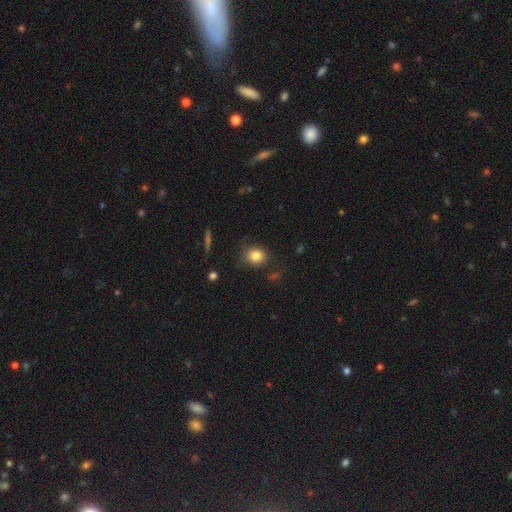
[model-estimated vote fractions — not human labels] smooth_or_featured: smooth (p=0.82) [alt: star or artifact p=0.11]
how_rounded: round (p=0.75) [alt: in between p=0.24]
merging: none (p=0.78) [alt: minor disturbance p=0.15]